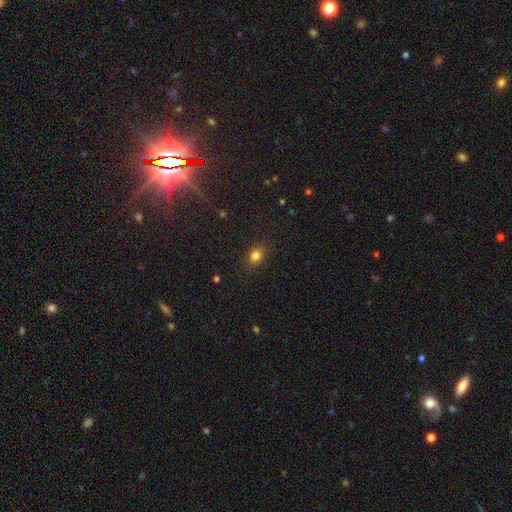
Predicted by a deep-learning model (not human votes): Overall: smooth (81%). How rounded: round (55%; in between 44%). Merging: none (87%).